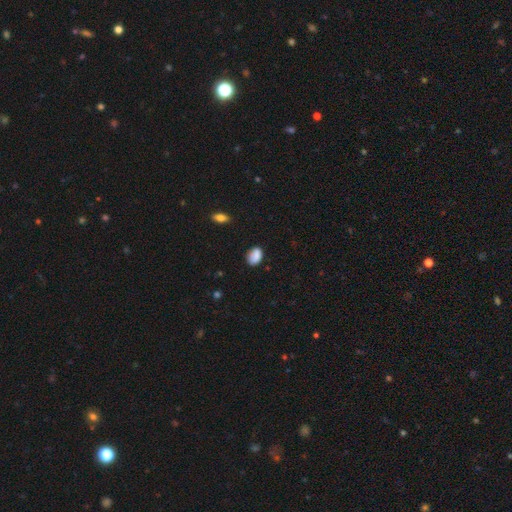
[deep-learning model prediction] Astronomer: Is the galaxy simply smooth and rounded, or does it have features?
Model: smooth — 84%.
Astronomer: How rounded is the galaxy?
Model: in between — 82%.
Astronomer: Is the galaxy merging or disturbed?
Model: none — 73%.